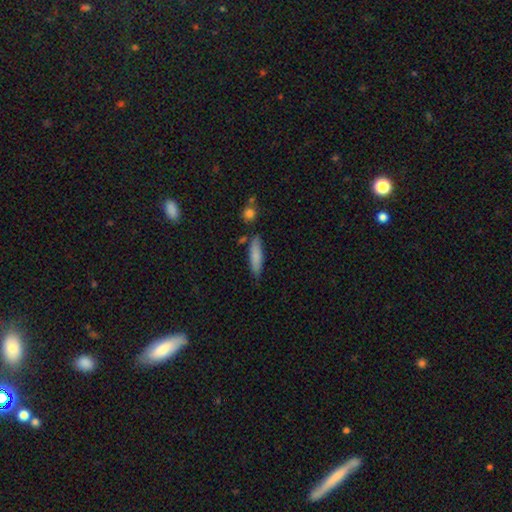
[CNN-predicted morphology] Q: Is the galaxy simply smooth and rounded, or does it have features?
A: smooth — 80%.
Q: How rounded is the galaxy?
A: cigar-shaped — 76%.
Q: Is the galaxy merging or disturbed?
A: none — 79%.